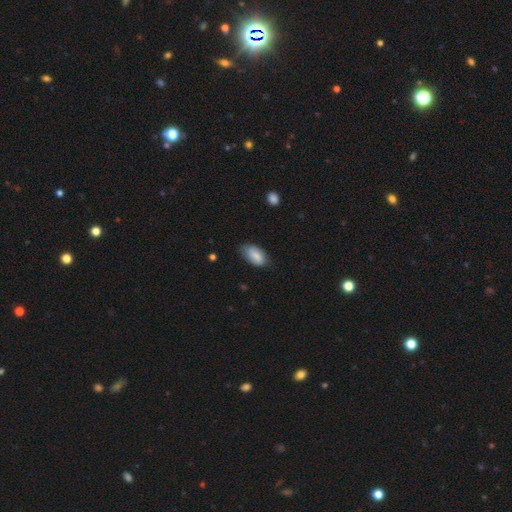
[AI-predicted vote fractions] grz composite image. It shows a smooth galaxy with no disk features (82%) that is in between round and cigar-shaped (94%). Merging: none (67%).